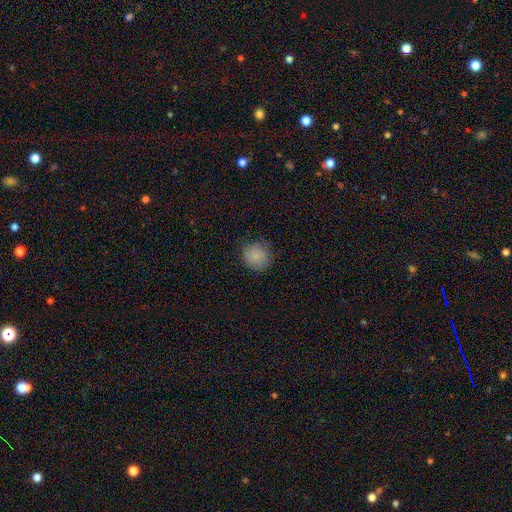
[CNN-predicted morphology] smooth-or-featured: smooth: 85% | star or artifact: 9% | featured or disk: 6%
  how-rounded: round: 90% | in between: 9% | cigar-shaped: 1%
  merging: none: 81% | minor disturbance: 14% | major disturbance: 4% | merger: 1%